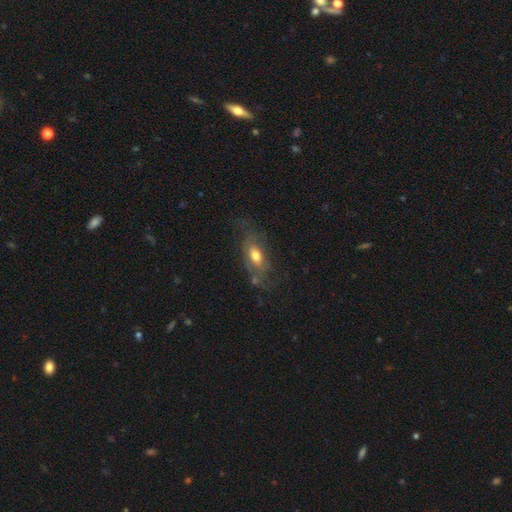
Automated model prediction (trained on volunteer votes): Overall: featured or disk (48%; smooth 44%). Merging: none (51%; minor disturbance 25%).